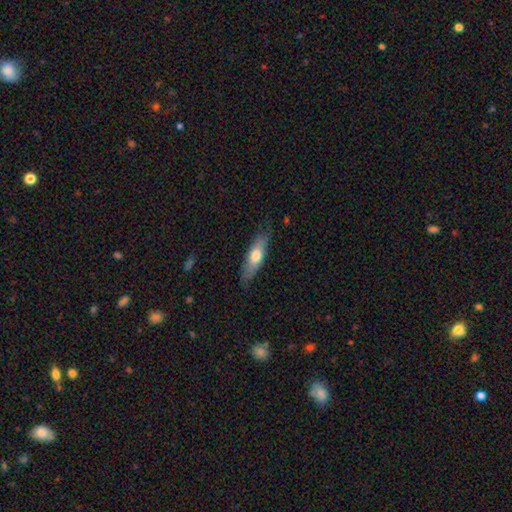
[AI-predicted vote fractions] A smooth galaxy with no disk features (62%) that is cigar-shaped (51%). Merging: none (75%).